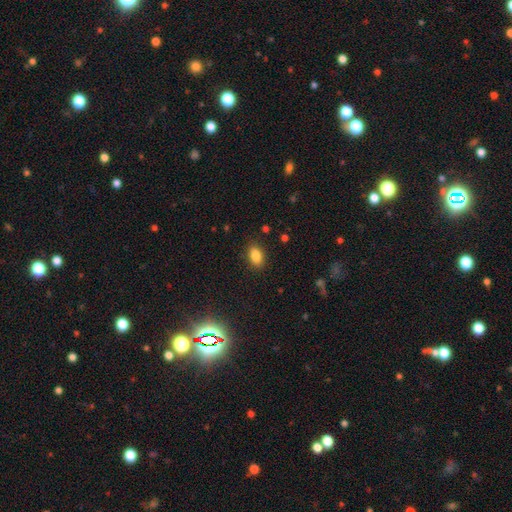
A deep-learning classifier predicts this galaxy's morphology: The model was most divided on "smooth or featured": smooth: 85%, star or artifact: 10%, featured or disk: 5%. More confident: how rounded — in between (88%); merging — none (87%).